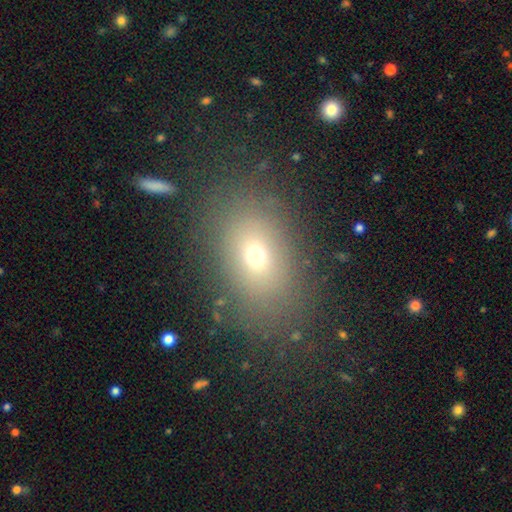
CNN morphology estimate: Q: Smooth or featured?
A: smooth (65%); runner-up: star or artifact (19%)
Q: How rounded?
A: in between (76%); runner-up: round (21%)
Q: Merging?
A: none (81%); runner-up: minor disturbance (10%)